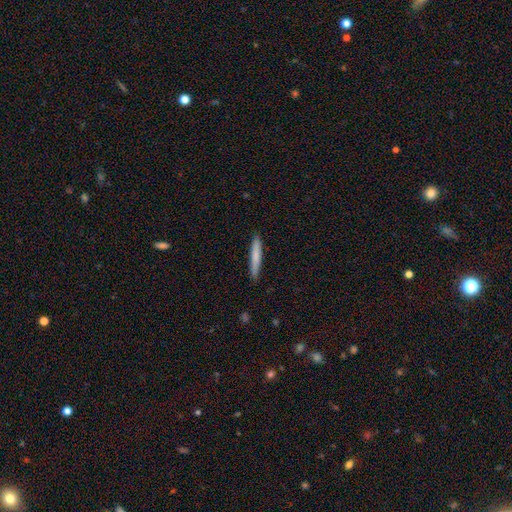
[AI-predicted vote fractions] This appears to be a smooth galaxy with no disk features (75%) that is cigar-shaped (95%). Merging: none (89%).